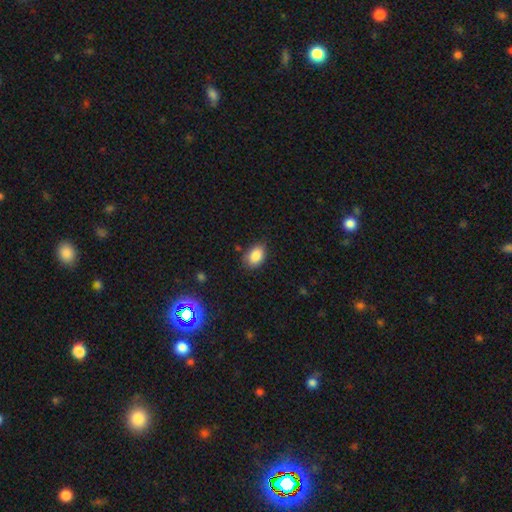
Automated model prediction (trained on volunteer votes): Smooth or featured?
  - smooth: 86% *
  - star or artifact: 9%
  - featured or disk: 5%
How rounded?
  - in between: 83% *
  - round: 16%
  - cigar-shaped: 1%
Merging?
  - none: 76% *
  - minor disturbance: 18%
  - major disturbance: 3%
  - merger: 2%